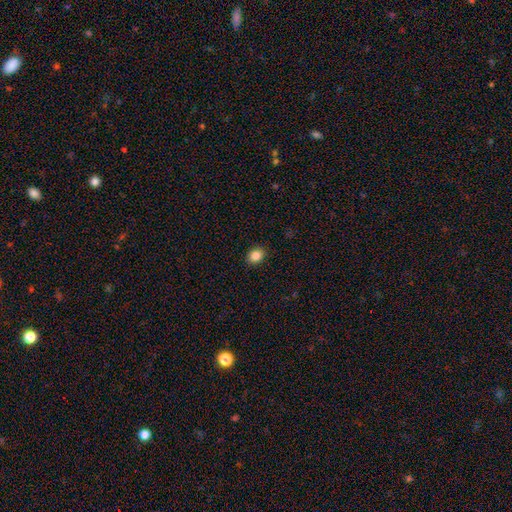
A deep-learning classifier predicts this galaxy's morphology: type=smooth (86%); roundness=in between (55%); merging=none (90%).